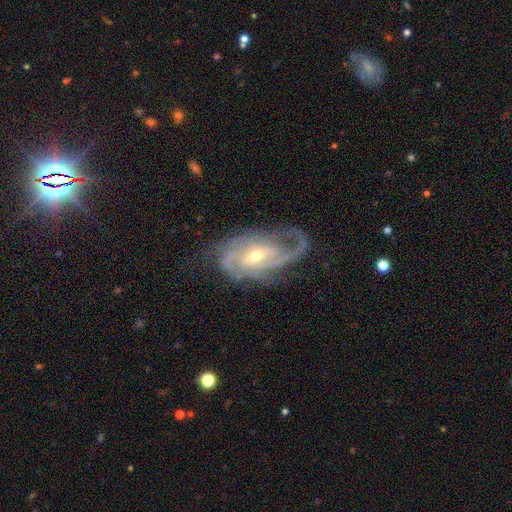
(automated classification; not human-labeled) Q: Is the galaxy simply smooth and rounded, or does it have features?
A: featured or disk — 89%.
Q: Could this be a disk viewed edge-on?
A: no — 95%.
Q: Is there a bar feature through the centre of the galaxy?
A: weak — 42%.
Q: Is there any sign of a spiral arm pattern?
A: yes — 97%.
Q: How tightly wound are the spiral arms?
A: tight — 49%.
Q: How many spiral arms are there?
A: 2 — 35%.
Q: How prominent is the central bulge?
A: moderate — 48%, tied with small.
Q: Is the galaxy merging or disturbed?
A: none — 64%.